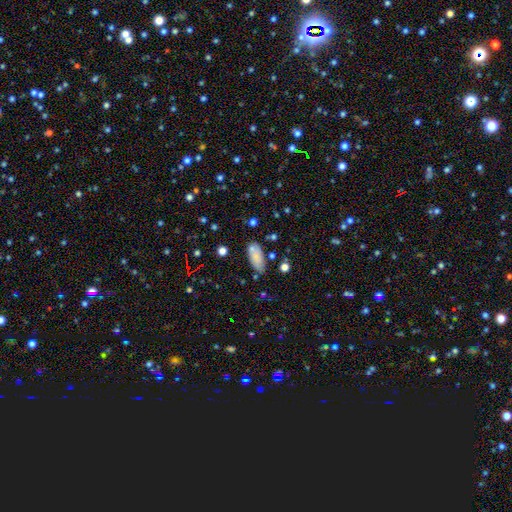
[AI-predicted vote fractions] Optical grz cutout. It shows a smooth galaxy with no disk features (80%) that is in between round and cigar-shaped (84%). Merging: none (68%).